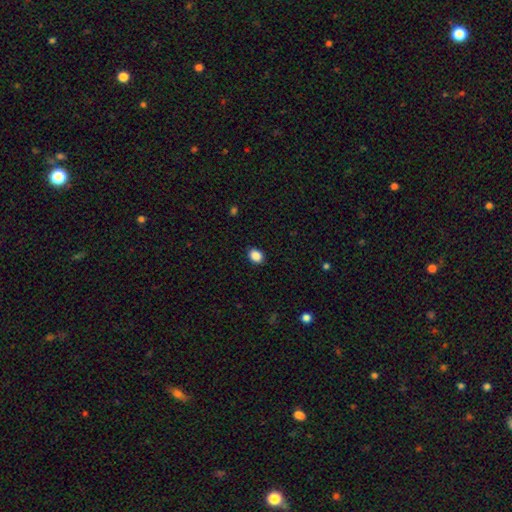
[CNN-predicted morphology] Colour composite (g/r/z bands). It shows a smooth galaxy with no disk features (89%) that is in between round and cigar-shaped (56%). Merging: none (89%).